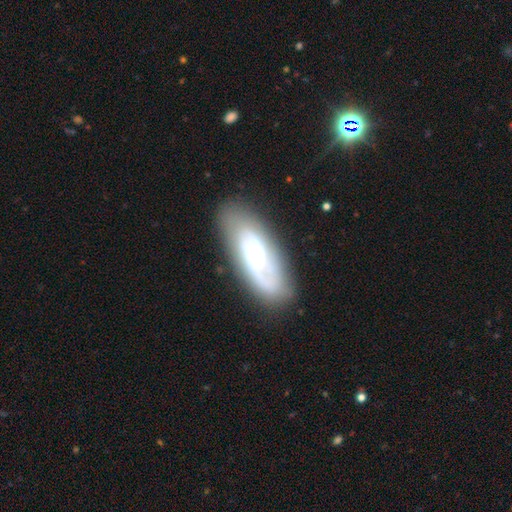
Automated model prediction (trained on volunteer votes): This appears to be a featured or disk galaxy (67%) with no bar (49%), spiral arms (82%) and a moderate central bulge (53%). Merging: none (78%).